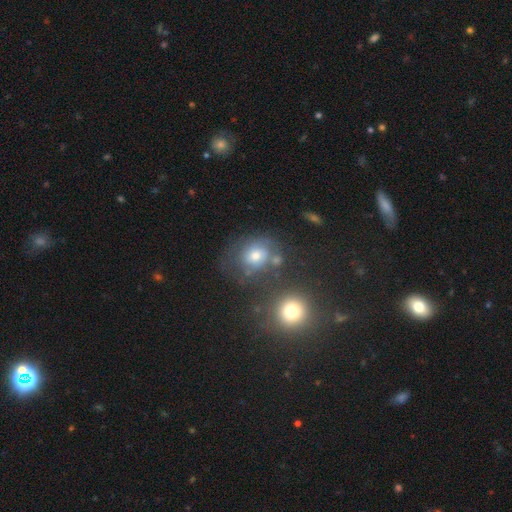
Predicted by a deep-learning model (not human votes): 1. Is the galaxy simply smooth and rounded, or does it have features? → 47% smooth, 38% featured or disk, 16% star or artifact.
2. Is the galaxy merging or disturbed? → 50% none, 20% minor disturbance, 16% major disturbance, 14% merger.